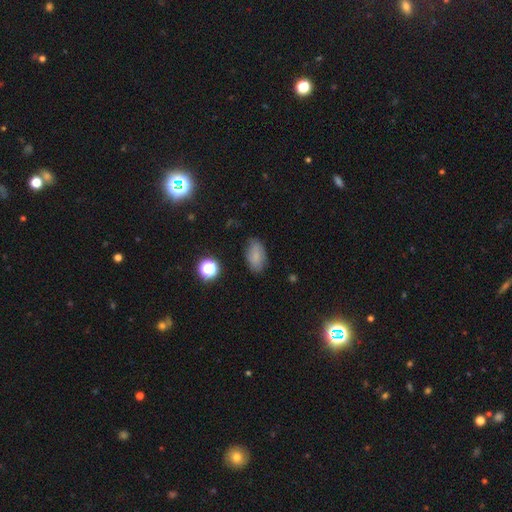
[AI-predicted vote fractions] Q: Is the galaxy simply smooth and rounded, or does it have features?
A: smooth — 78%.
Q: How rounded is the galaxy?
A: in between — 90%.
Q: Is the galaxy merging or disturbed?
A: none — 77%.